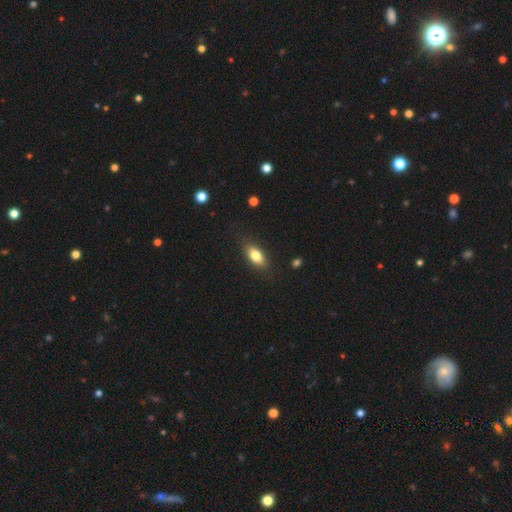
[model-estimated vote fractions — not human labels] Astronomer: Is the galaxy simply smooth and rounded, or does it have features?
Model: smooth — 79%.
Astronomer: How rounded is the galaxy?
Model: in between — 85%.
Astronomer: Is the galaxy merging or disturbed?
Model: none — 84%.